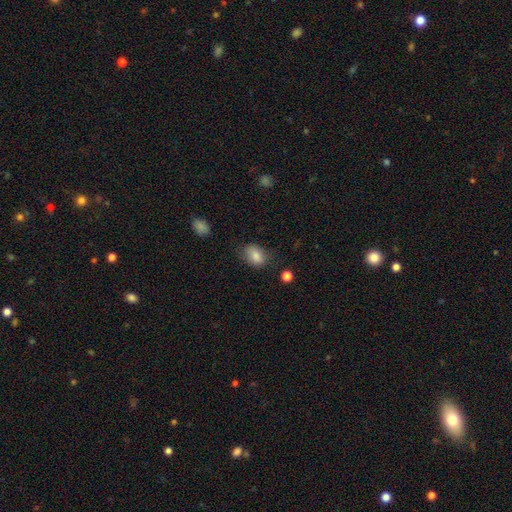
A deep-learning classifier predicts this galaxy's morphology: Smooth or featured? Predicted: smooth (p=0.84). How rounded? Predicted: in between (p=0.74). Merging? Predicted: none (p=0.69).